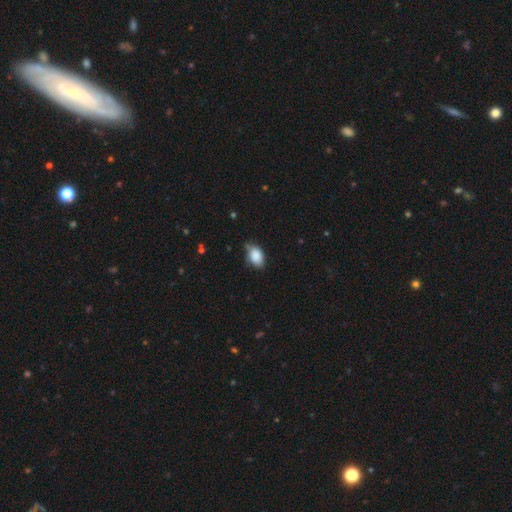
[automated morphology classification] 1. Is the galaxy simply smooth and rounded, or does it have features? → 87% smooth, 7% star or artifact, 6% featured or disk.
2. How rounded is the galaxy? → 87% in between, 12% round, 2% cigar-shaped.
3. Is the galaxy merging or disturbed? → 61% none, 31% minor disturbance, 5% major disturbance, 2% merger.